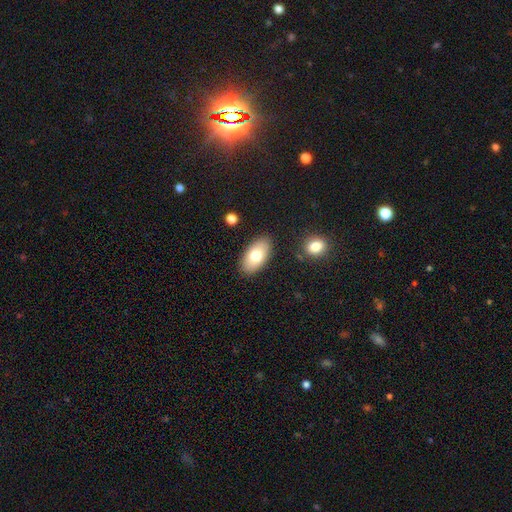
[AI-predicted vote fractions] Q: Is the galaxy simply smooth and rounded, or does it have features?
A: smooth — 74%.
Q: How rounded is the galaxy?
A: in between — 94%.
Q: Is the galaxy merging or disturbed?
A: none — 86%.